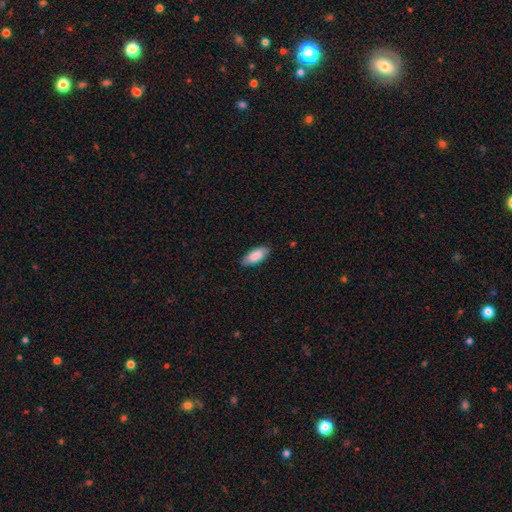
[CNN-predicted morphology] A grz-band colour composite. It shows a smooth galaxy with no disk features (87%) that is in between round and cigar-shaped (82%). Merging: none (86%).